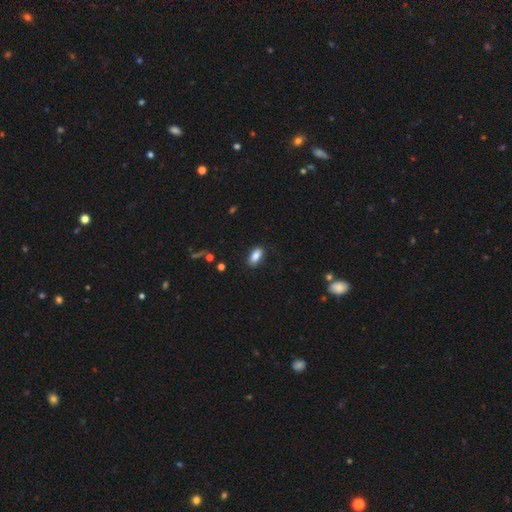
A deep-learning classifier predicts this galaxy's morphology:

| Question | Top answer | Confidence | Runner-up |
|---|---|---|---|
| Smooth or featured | smooth | 83% | featured or disk (9%) |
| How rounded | in between | 90% | cigar-shaped (6%) |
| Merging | none | 81% | minor disturbance (14%) |